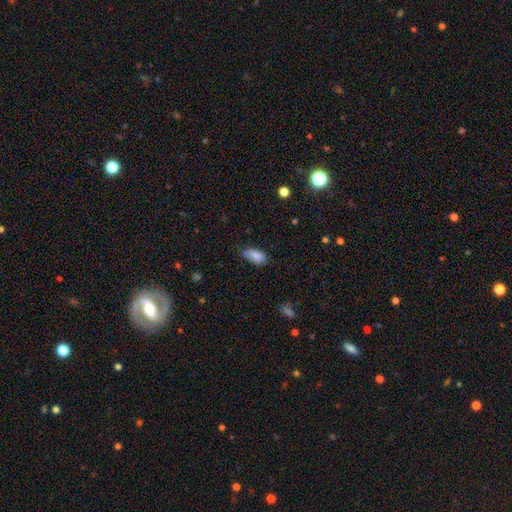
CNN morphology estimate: This is clearly a smooth galaxy (84%). How rounded: clearly in between (92%). Merging: likely none (60%).